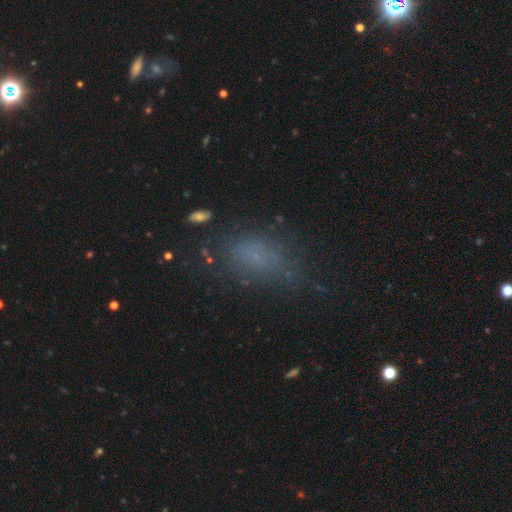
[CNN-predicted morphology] A smooth galaxy with no disk features (62%) that is in between round and cigar-shaped (81%). Merging: none (54%).